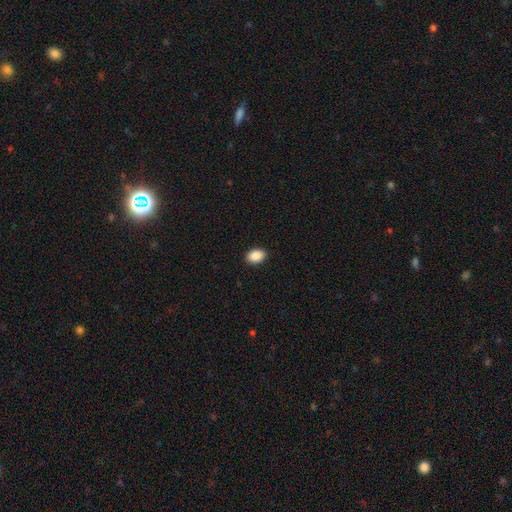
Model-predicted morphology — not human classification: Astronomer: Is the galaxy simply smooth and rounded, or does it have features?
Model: smooth — 90%.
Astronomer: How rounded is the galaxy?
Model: in between — 83%.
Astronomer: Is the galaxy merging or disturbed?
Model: none — 91%.